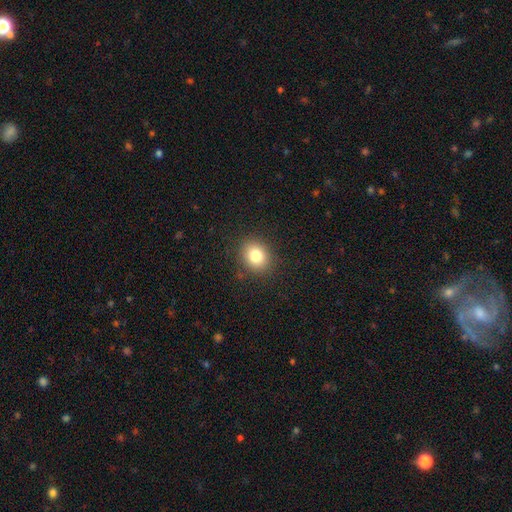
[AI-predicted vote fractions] This is clearly a smooth galaxy (81%). How rounded: likely round (67%). Merging: clearly none (88%).